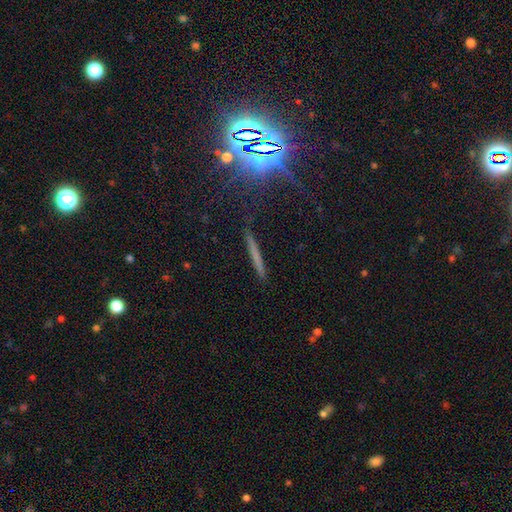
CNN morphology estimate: Smooth or featured? Predicted: smooth (p=0.45). Merging? Predicted: none (p=0.86).